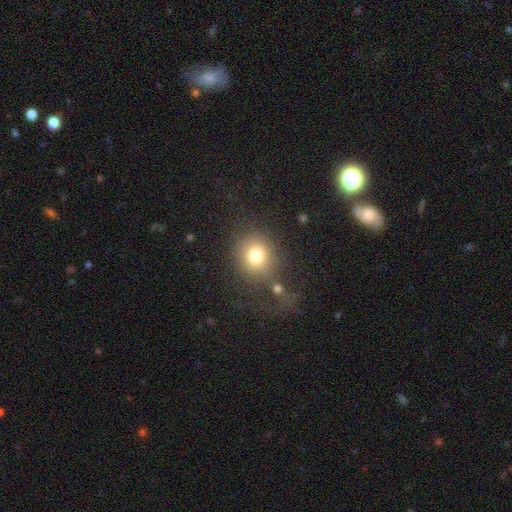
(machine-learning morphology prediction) smooth_or_featured: smooth (p=0.79) [alt: star or artifact p=0.12]
how_rounded: round (p=0.78) [alt: in between p=0.21]
merging: none (p=0.65) [alt: minor disturbance p=0.13]